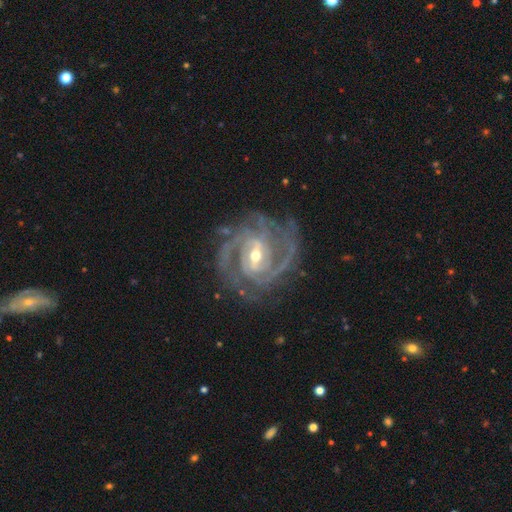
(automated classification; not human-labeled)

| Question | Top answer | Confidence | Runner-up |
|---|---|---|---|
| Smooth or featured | featured or disk | 93% | star or artifact (4%) |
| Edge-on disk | no | 97% | yes (3%) |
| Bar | weak | 45% | strong (40%) |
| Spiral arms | yes | 98% | no (2%) |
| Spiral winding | tight | 52% | medium (41%) |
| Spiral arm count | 2 | 39% | 3 (28%) |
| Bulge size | moderate | 54% | small (42%) |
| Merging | none | 73% | minor disturbance (16%) |